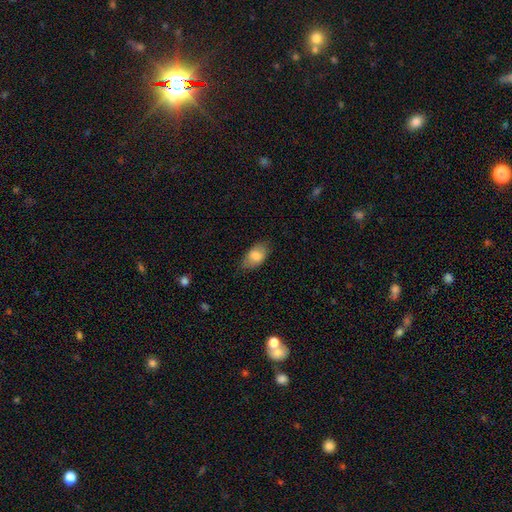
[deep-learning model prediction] A smooth galaxy with no disk features (80%) that is in between round and cigar-shaped (91%).

Vote fractions:
- Smooth or featured? smooth: 80% / featured or disk: 13% / star or artifact: 7%
- How rounded? in between: 91% / round: 6% / cigar-shaped: 2%
- Merging? none: 75% / minor disturbance: 20% / major disturbance: 4% / merger: 1%